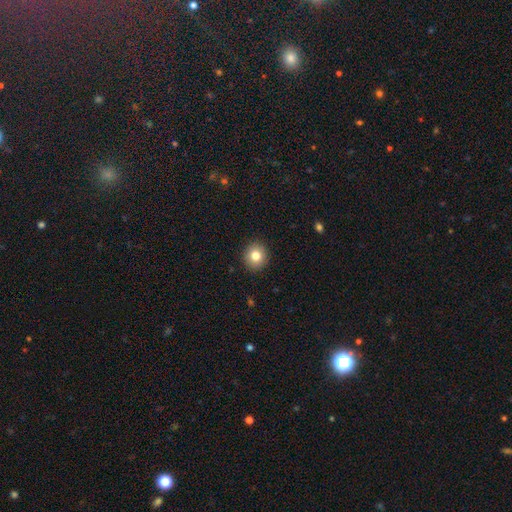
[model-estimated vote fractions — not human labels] Q: Smooth or featured?
A: smooth (81%); runner-up: star or artifact (10%)
Q: How rounded?
A: round (87%); runner-up: in between (13%)
Q: Merging?
A: none (92%); runner-up: minor disturbance (6%)